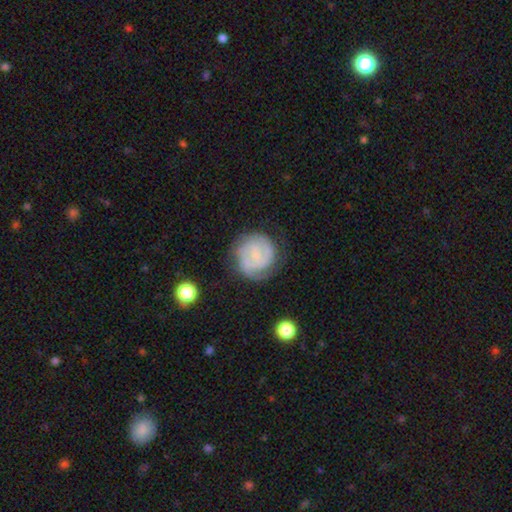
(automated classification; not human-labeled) A featured or disk galaxy (73%) with no bar (46%), 2 (42%) tight (60%) spiral arms (92%) and a small central bulge (67%).

Vote fractions:
- Smooth or featured? featured or disk: 73% / smooth: 21% / star or artifact: 6%
- Edge-on disk? no: 98% / yes: 2%
- Bar? no: 46% / weak: 45% / strong: 9%
- Spiral arms? yes: 92% / no: 8%
- Spiral winding? tight: 60% / medium: 32% / loose: 8%
- Spiral arm count? 2: 42% / can't tell: 27% / 3: 18% / 1: 5% / 4: 4% / more than 4: 4%
- Bulge size? small: 67% / none: 20% / moderate: 11% / large: 1% / dominant: 1%
- Merging? none: 71% / minor disturbance: 19% / major disturbance: 8% / merger: 2%